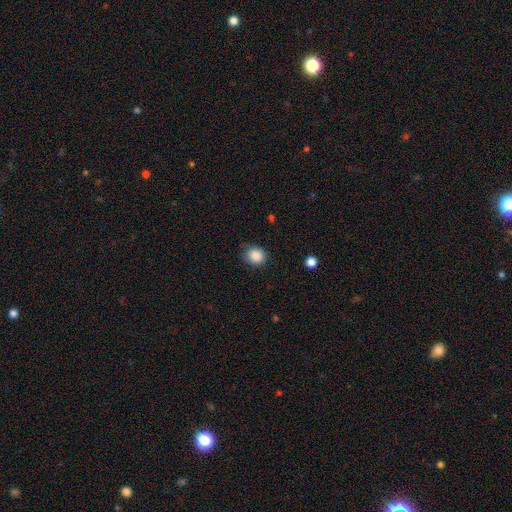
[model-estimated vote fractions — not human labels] smooth 87%, star or artifact 9%, featured or disk 3%. Down the decision tree: how rounded — round (75%); merging — none (80%).